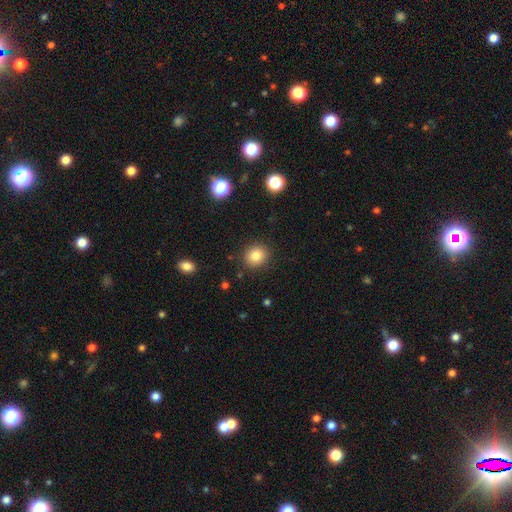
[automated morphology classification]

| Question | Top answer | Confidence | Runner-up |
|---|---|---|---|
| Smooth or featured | smooth | 84% | star or artifact (10%) |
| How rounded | round | 81% | in between (18%) |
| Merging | none | 89% | minor disturbance (7%) |